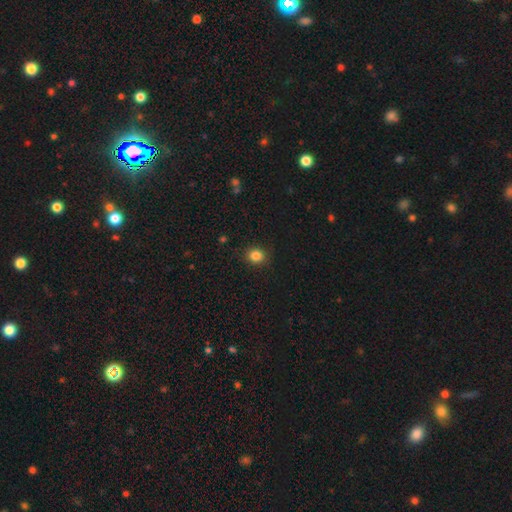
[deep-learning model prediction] smooth-or-featured: smooth: 84% | star or artifact: 12% | featured or disk: 4%
  how-rounded: round: 71% | in between: 28% | cigar-shaped: 1%
  merging: none: 89% | minor disturbance: 8% | major disturbance: 2% | merger: 1%